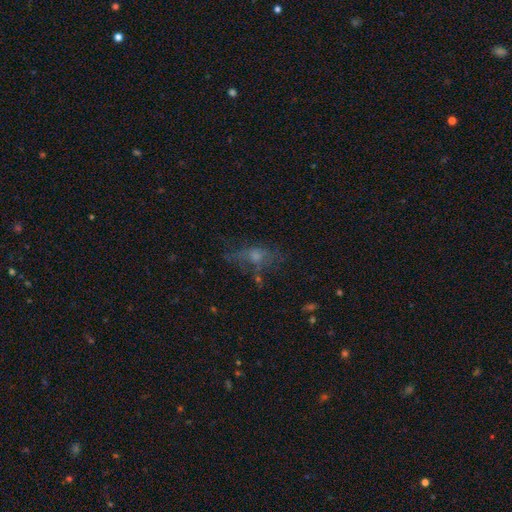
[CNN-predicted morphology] Smooth or featured: featured or disk — 38% (smooth — 37%)
Merging: none — 58% (minor disturbance — 21%)